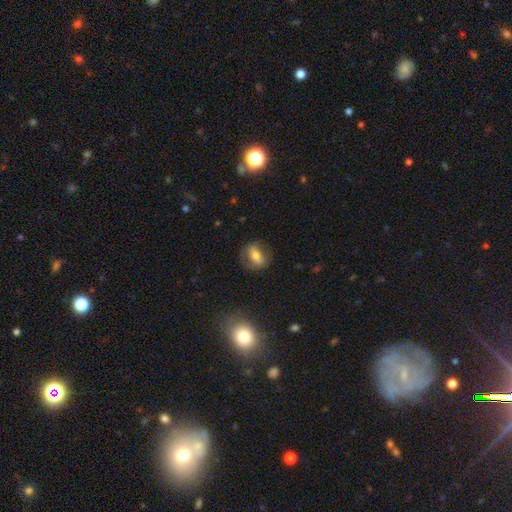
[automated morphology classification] A smooth galaxy with no disk features (59%) that is in between round and cigar-shaped (72%).

Vote fractions:
- Smooth or featured? smooth: 59% / featured or disk: 32% / star or artifact: 10%
- How rounded? in between: 72% / round: 21% / cigar-shaped: 7%
- Merging? none: 74% / minor disturbance: 16% / major disturbance: 8% / merger: 1%